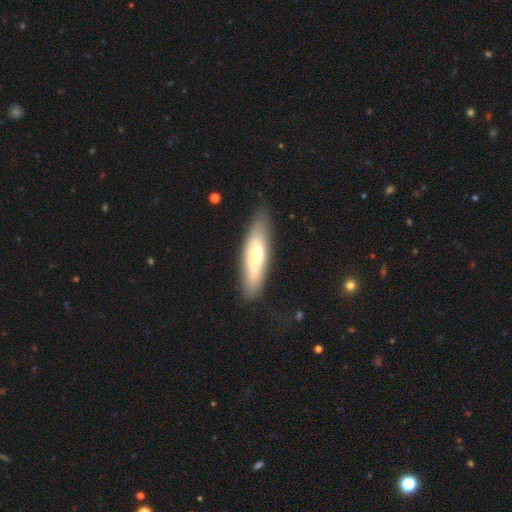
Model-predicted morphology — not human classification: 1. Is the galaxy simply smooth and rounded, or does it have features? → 53% smooth, 41% featured or disk, 6% star or artifact.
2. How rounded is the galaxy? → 60% cigar-shaped, 38% in between, 2% round.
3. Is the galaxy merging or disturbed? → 80% none, 14% minor disturbance, 4% major disturbance, 2% merger.